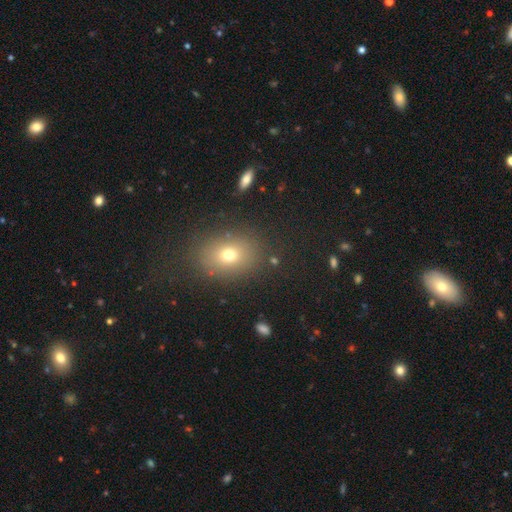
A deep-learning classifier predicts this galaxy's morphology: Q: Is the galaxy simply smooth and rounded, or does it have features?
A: smooth — 64%.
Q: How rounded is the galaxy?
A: in between — 58%.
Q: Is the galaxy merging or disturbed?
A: none — 87%.